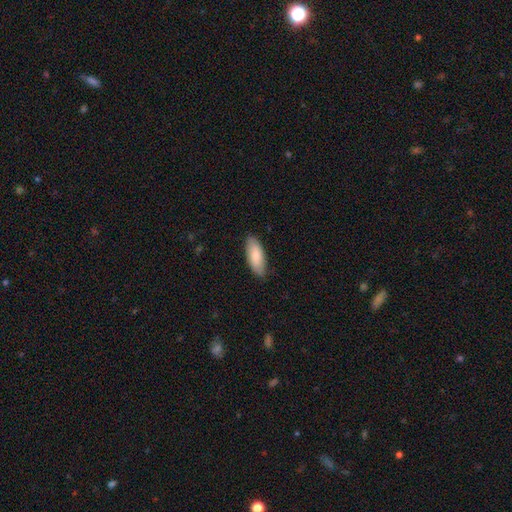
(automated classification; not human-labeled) The model was most divided on "how rounded": in between: 78%, cigar-shaped: 20%, round: 2%. More confident: merging — none (85%); smooth or featured — smooth (84%).